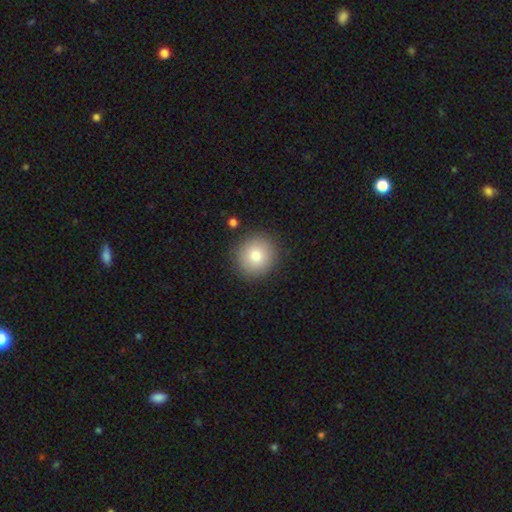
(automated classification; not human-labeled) smooth-or-featured: smooth: 79% | featured or disk: 11% | star or artifact: 10%
  how-rounded: round: 93% | in between: 6% | cigar-shaped: 1%
  merging: none: 89% | minor disturbance: 7% | major disturbance: 2% | merger: 2%